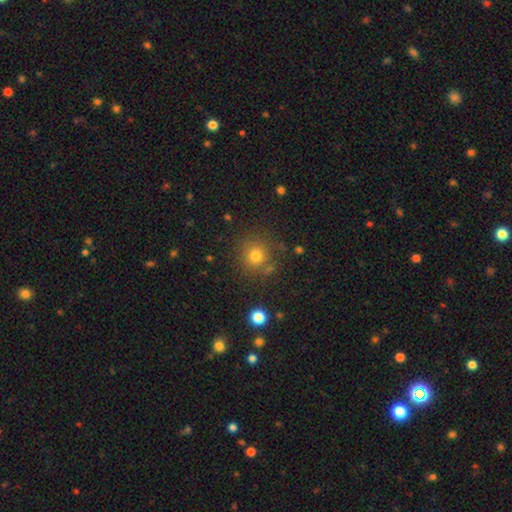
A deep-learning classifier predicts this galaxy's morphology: This appears to be a smooth galaxy with no disk features (76%) that is round (91%). Merging: none (82%).